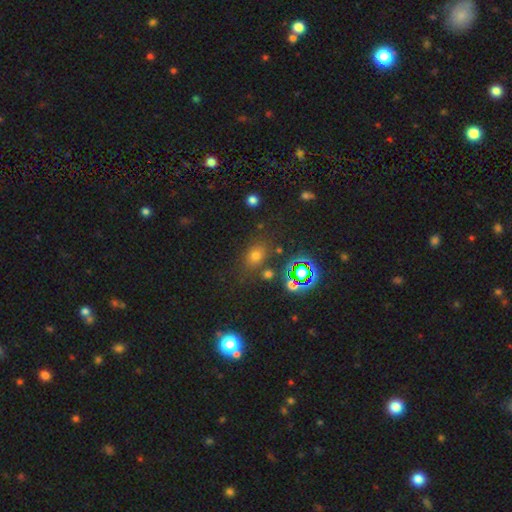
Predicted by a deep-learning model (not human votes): A smooth galaxy with no disk features (63%) that is in between round and cigar-shaped (57%). Merging: none (77%).